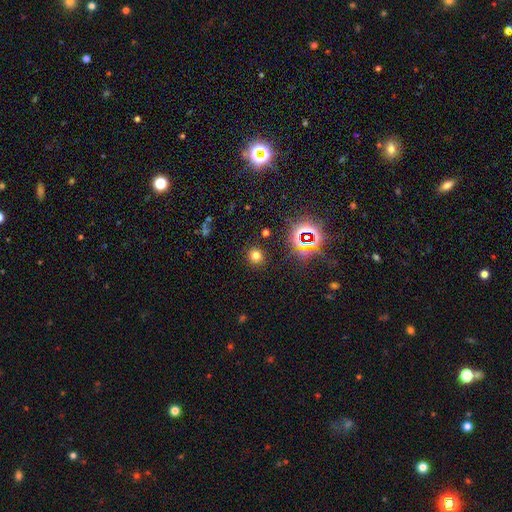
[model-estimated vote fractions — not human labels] This appears to be a smooth galaxy with no disk features (69%) that is round (89%). Merging: none (89%).